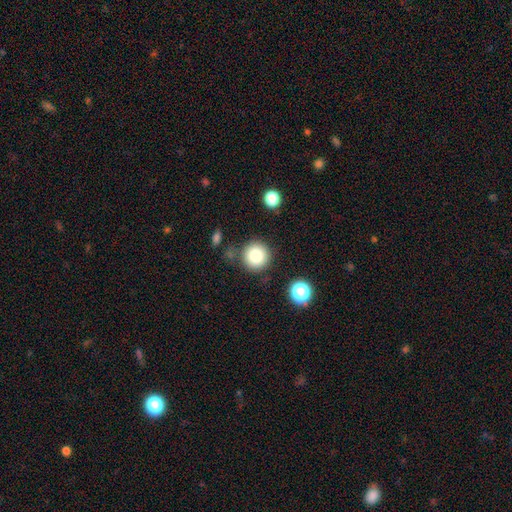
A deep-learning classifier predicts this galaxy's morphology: Smooth or featured? Predicted: smooth (p=0.84). How rounded? Predicted: round (p=0.95). Merging? Predicted: none (p=0.83).